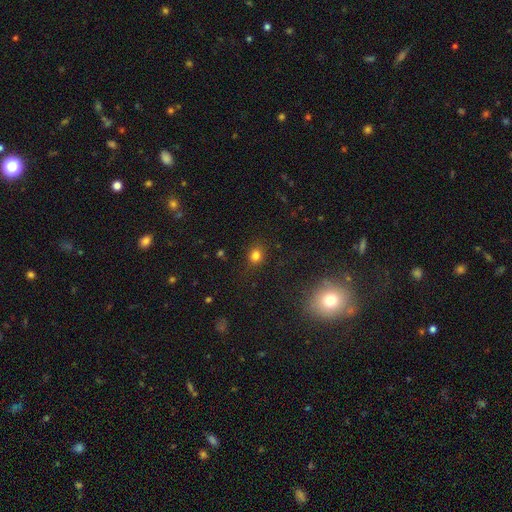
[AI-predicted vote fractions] Q: Smooth or featured?
A: smooth (79%); runner-up: star or artifact (15%)
Q: How rounded?
A: round (63%); runner-up: in between (36%)
Q: Merging?
A: none (84%); runner-up: minor disturbance (11%)